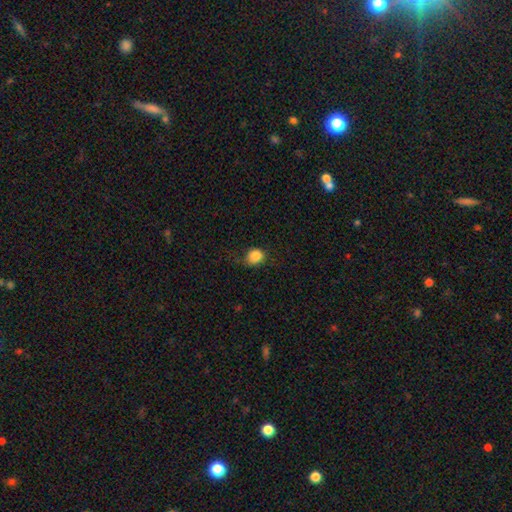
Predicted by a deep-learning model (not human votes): Morphology: type=smooth (84%); roundness=round (77%); merging=none (65%).